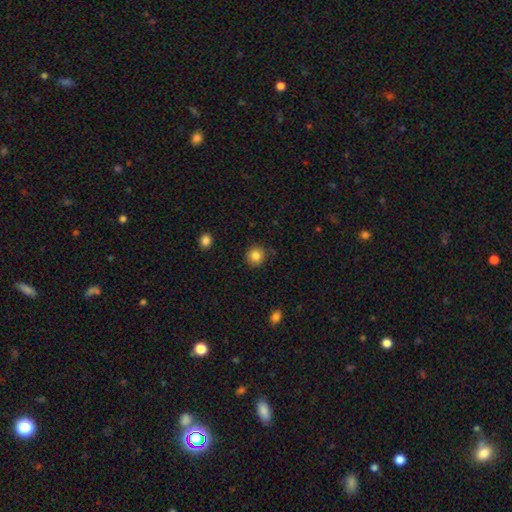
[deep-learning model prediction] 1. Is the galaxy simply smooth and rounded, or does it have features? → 84% smooth, 10% star or artifact, 6% featured or disk.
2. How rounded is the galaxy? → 92% round, 7% in between, 1% cigar-shaped.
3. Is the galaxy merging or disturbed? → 86% none, 9% minor disturbance, 2% major disturbance, 2% merger.